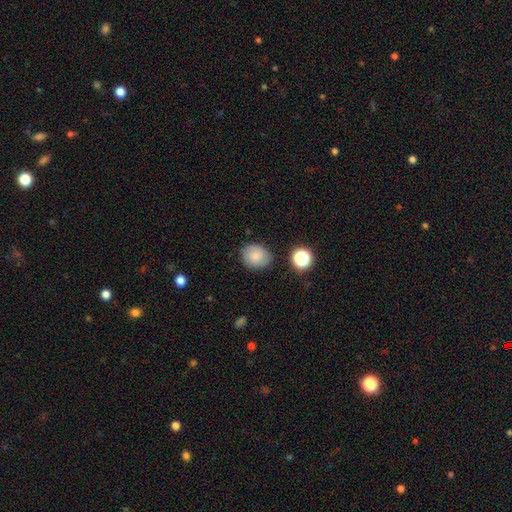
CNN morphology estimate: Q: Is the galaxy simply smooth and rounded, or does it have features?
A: smooth — 78%.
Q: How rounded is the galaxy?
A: round — 66%.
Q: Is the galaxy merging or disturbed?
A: none — 81%.